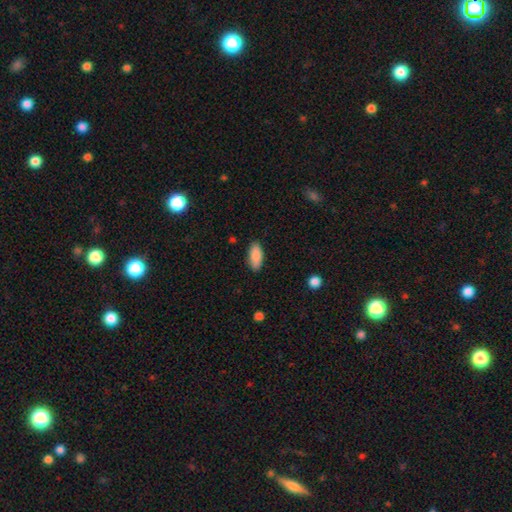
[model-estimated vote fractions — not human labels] A smooth galaxy with no disk features (89%) that is in between round and cigar-shaped (85%). Merging: none (87%).